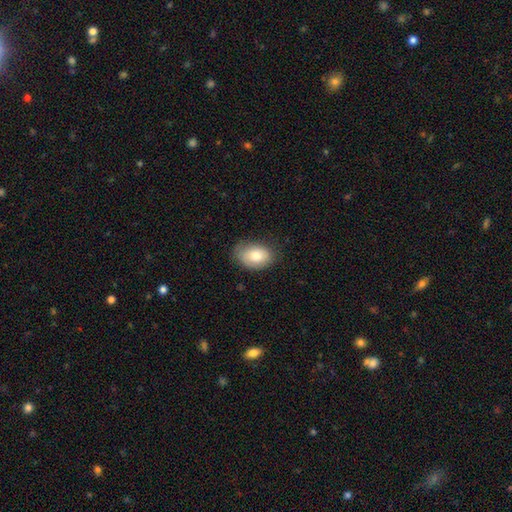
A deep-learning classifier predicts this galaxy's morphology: This appears to be a smooth galaxy with no disk features (75%) that is in between round and cigar-shaped (79%). Merging: none (72%).